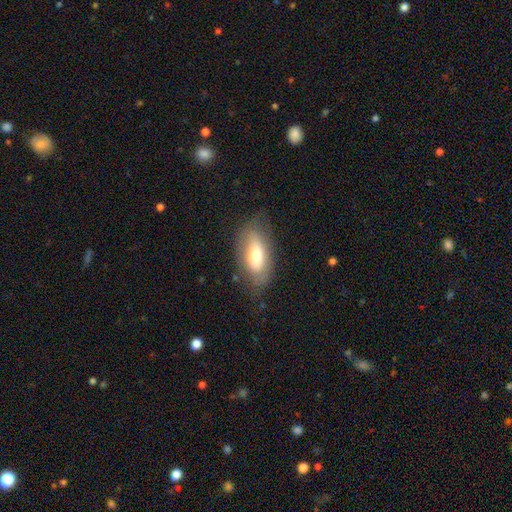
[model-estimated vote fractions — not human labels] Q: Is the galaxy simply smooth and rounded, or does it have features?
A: smooth — 66%.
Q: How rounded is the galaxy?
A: in between — 88%.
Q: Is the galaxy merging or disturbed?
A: none — 73%.